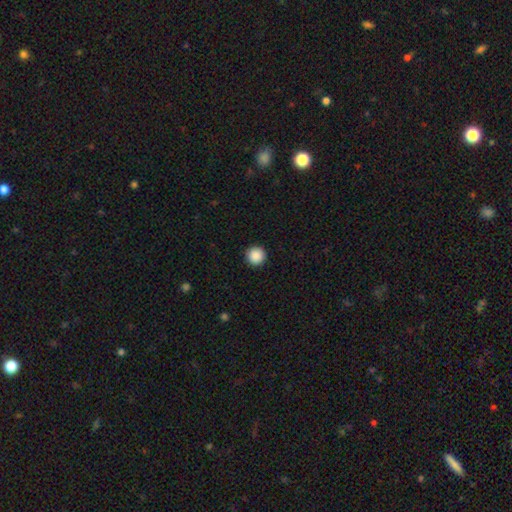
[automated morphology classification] smooth 89%, star or artifact 9%, featured or disk 2%. Down the decision tree: how rounded — round (96%); merging — none (93%).